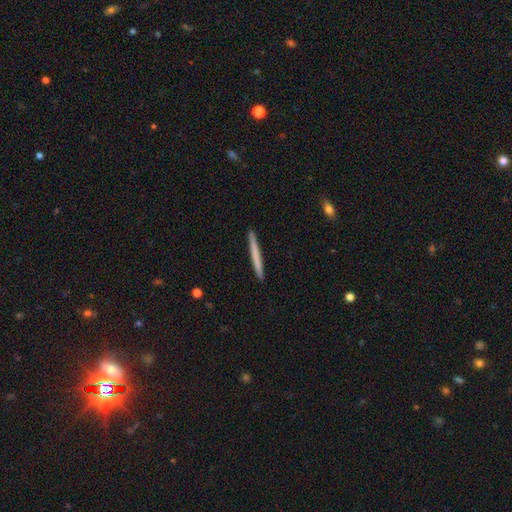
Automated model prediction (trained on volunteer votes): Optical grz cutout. It shows a smooth galaxy with no disk features (62%) that is cigar-shaped (97%). Merging: none (93%).